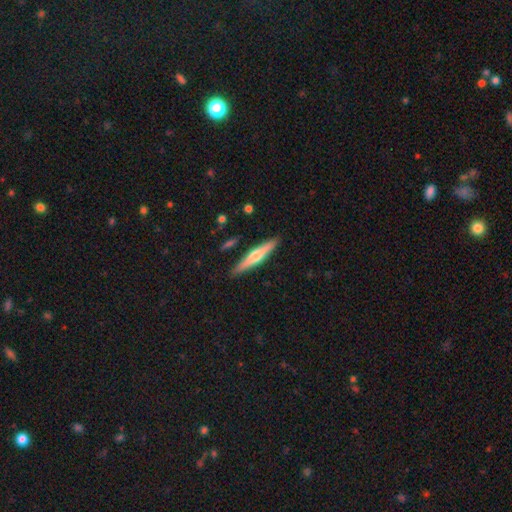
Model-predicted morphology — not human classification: This is possibly a featured or disk galaxy (54%). It is clearly viewed edge-on (96%). Edge-on bulge: clearly rounded (85%). Merging: clearly none (89%).